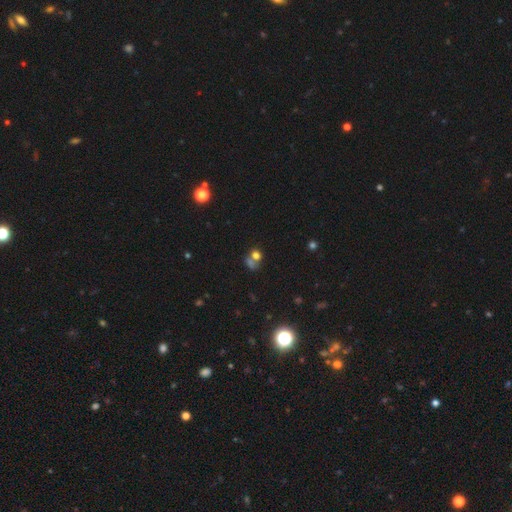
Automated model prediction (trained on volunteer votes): smooth 67%, star or artifact 19%, featured or disk 14%. Down the decision tree: how rounded — round (69%); merging — merger (48%).